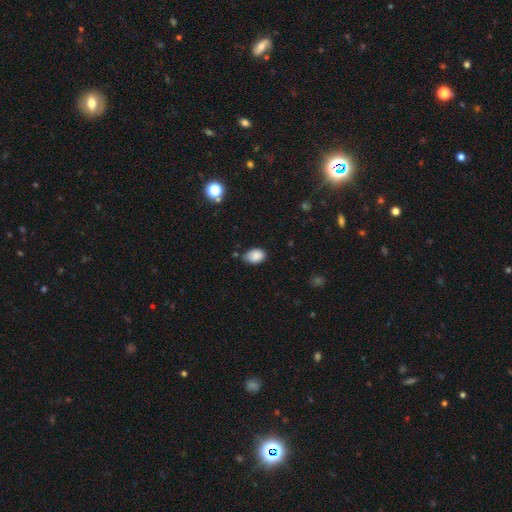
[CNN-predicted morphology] smooth-or-featured: smooth: 87% | star or artifact: 8% | featured or disk: 4%
  how-rounded: in between: 82% | round: 17% | cigar-shaped: 1%
  merging: none: 68% | minor disturbance: 26% | major disturbance: 4% | merger: 3%